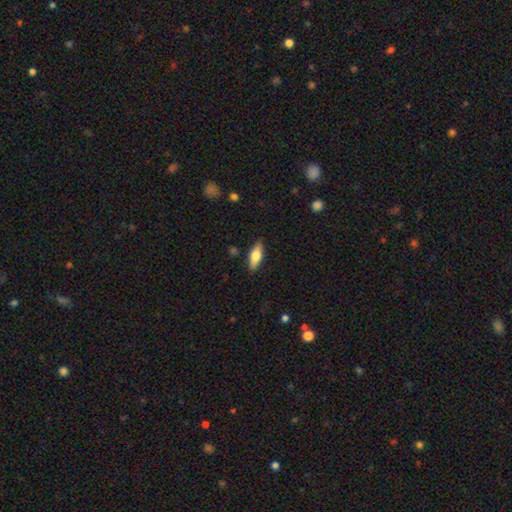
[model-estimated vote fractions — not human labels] Smooth or featured? Predicted: smooth (p=0.70). How rounded? Predicted: in between (p=0.70). Merging? Predicted: none (p=0.87).